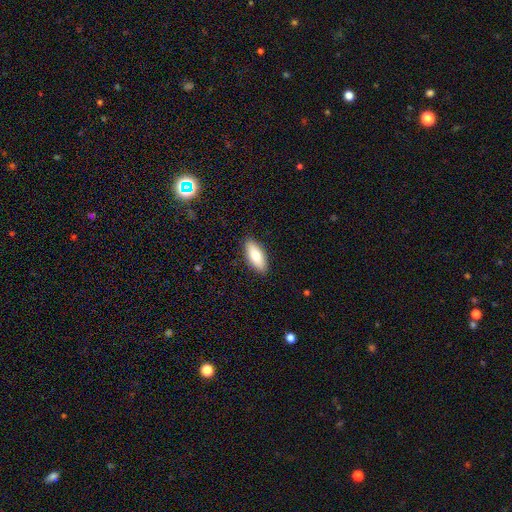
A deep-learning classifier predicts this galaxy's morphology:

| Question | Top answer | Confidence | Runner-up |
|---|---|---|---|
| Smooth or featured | smooth | 79% | featured or disk (15%) |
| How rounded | in between | 77% | cigar-shaped (21%) |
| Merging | none | 89% | minor disturbance (8%) |